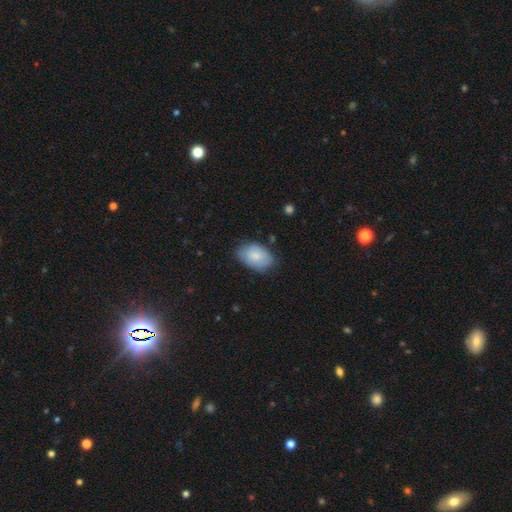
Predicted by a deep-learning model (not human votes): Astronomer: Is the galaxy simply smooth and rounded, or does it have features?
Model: smooth — 79%.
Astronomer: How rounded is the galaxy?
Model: in between — 90%.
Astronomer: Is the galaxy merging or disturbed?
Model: none — 71%.